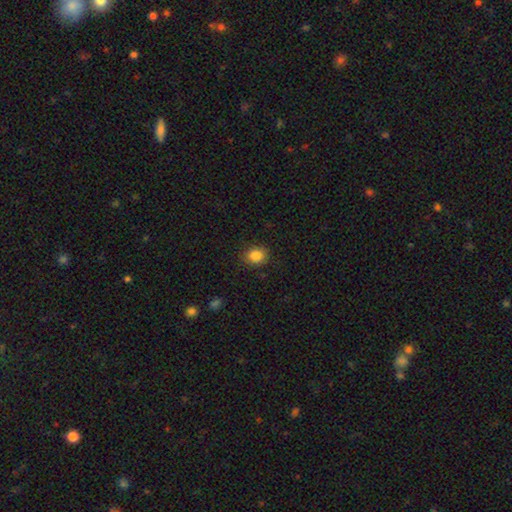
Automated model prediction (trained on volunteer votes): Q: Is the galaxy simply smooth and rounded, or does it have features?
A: smooth — 86%.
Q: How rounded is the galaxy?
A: round — 60%.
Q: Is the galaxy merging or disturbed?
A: none — 87%.